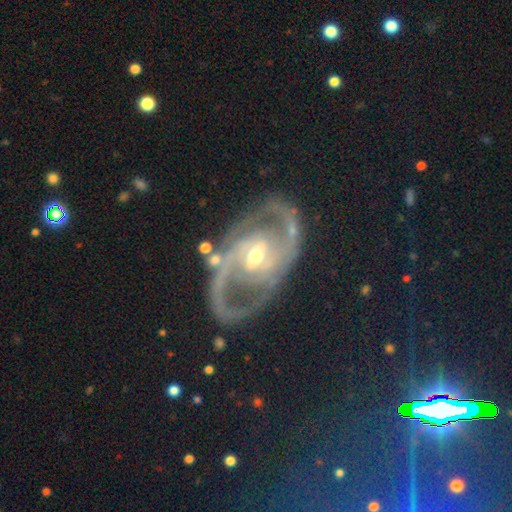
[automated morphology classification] Smooth or featured? featured or disk (88%)
Edge-on disk? no (96%)
Bar? weak (43%)
Spiral arms? yes (93%)
Spiral winding? medium (50%)
Spiral arm count? 2 (82%)
Bulge size? moderate (51%)
Merging? none (71%)